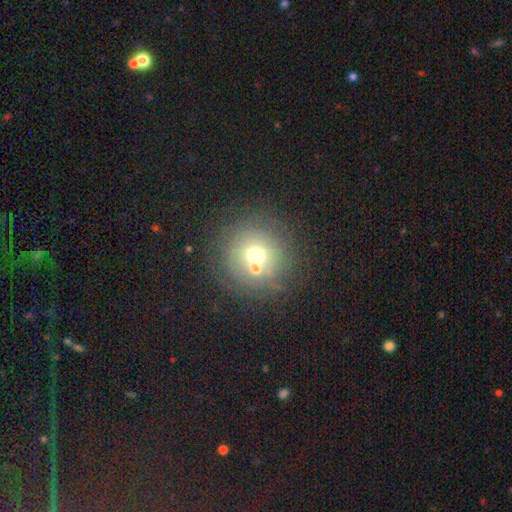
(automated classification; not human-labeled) Overall: smooth (58%; featured or disk 25%). How rounded: round (93%). Merging: none (64%).